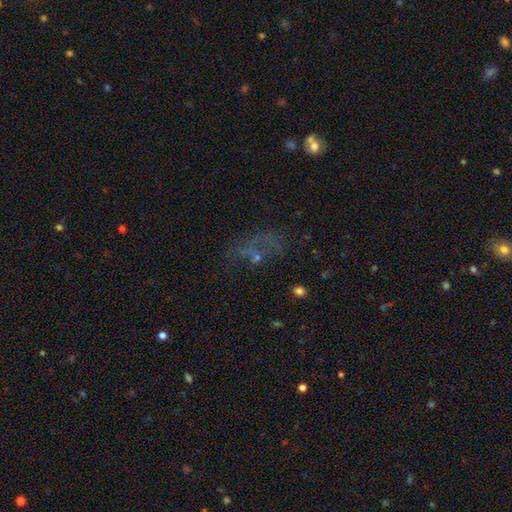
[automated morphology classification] A star or artifact, not a galaxy (41%).